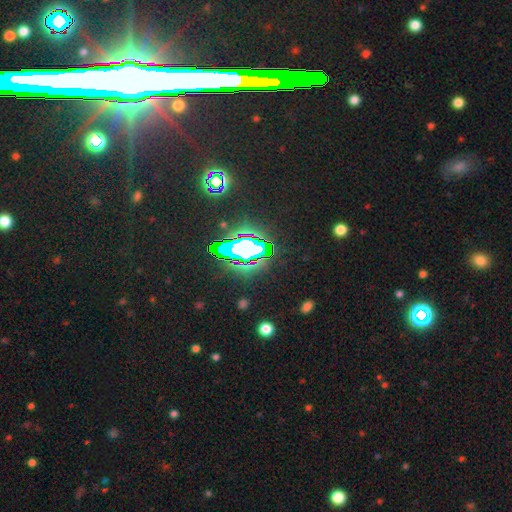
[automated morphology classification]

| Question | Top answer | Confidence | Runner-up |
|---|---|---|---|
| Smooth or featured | star or artifact | 79% | smooth (11%) |